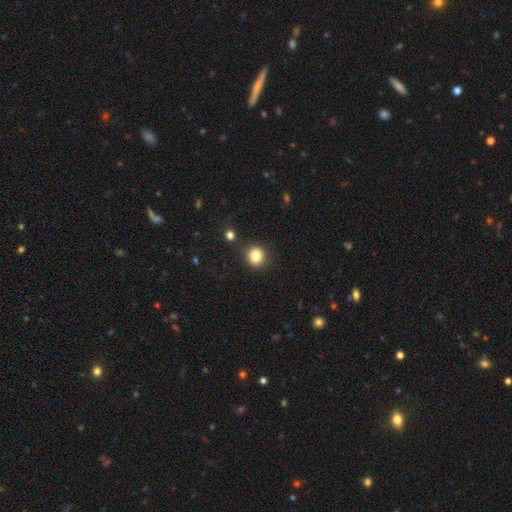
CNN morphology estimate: A smooth galaxy with no disk features (84%) that is round (83%).

Vote fractions:
- Smooth or featured? smooth: 84% / star or artifact: 11% / featured or disk: 5%
- How rounded? round: 83% / in between: 16% / cigar-shaped: 1%
- Merging? none: 86% / minor disturbance: 8% / merger: 3% / major disturbance: 3%